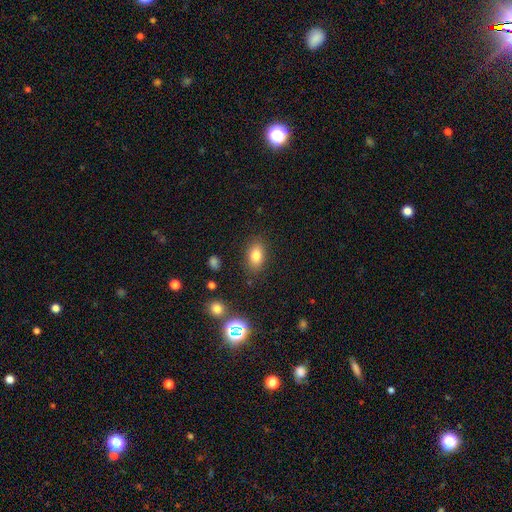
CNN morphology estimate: smooth 79%, star or artifact 11%, featured or disk 10%. Down the decision tree: how rounded — in between (84%); merging — none (84%).